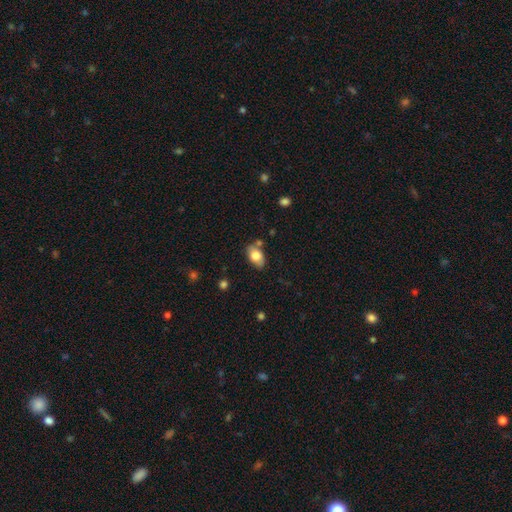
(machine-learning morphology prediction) Q: Smooth or featured?
A: smooth (78%); runner-up: featured or disk (15%)
Q: How rounded?
A: in between (89%); runner-up: round (9%)
Q: Merging?
A: none (70%); runner-up: minor disturbance (18%)